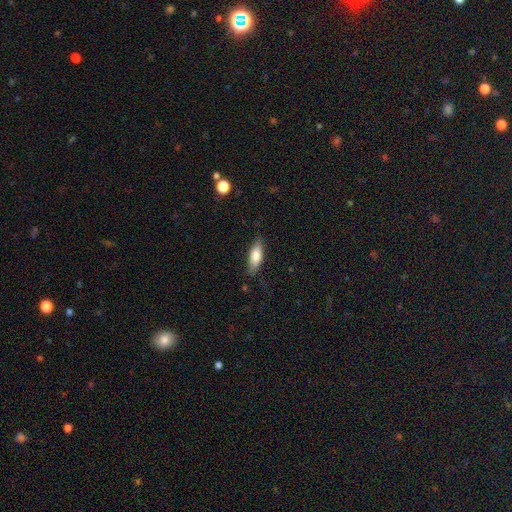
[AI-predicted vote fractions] Q: Smooth or featured?
A: smooth (75%); runner-up: featured or disk (19%)
Q: How rounded?
A: in between (60%); runner-up: cigar-shaped (38%)
Q: Merging?
A: none (80%); runner-up: minor disturbance (15%)